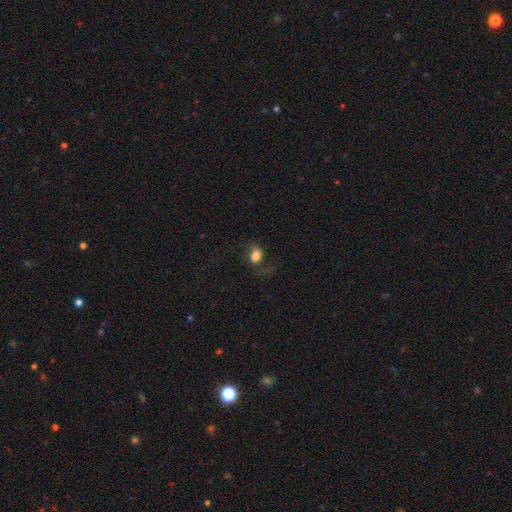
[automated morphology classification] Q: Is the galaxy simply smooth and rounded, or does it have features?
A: smooth — 76%.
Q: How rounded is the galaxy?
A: in between — 67%.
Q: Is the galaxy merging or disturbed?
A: none — 52%.